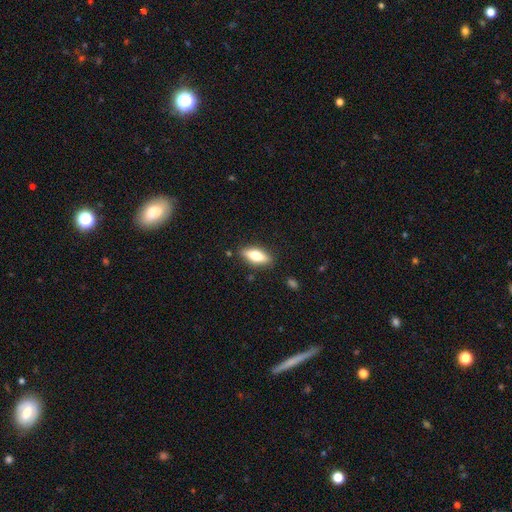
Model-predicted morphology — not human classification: Smooth or featured? Predicted: smooth (p=0.64). How rounded? Predicted: in between (p=0.70). Merging? Predicted: none (p=0.86).